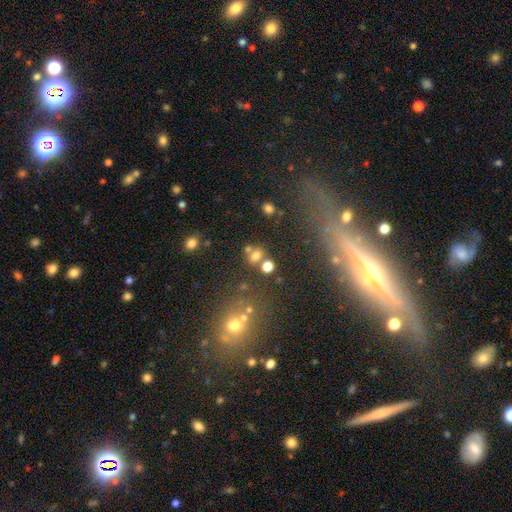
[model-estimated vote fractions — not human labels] Morphology: type=smooth (67%); roundness=round (60%); merging=none (56%).